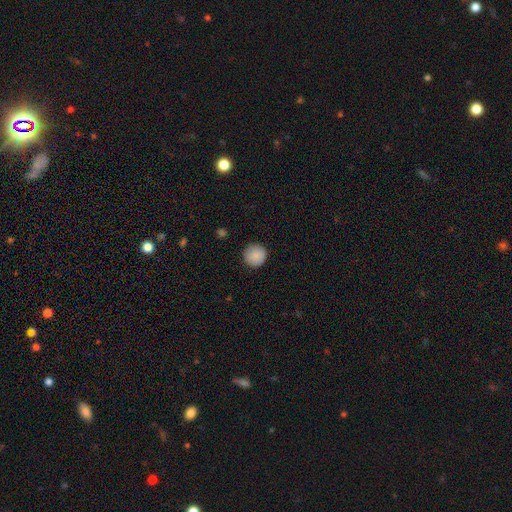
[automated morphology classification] A smooth galaxy with no disk features (89%) that is round (96%).

Vote fractions:
- Smooth or featured? smooth: 89% / star or artifact: 8% / featured or disk: 4%
- How rounded? round: 96% / in between: 3% / cigar-shaped: 1%
- Merging? none: 91% / minor disturbance: 7% / major disturbance: 2% / merger: 1%